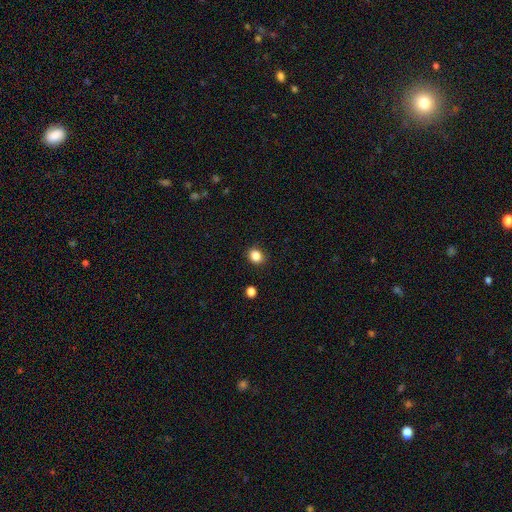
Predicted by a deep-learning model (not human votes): smooth 85%, star or artifact 11%, featured or disk 4%. Down the decision tree: how rounded — round (69%); merging — none (89%).